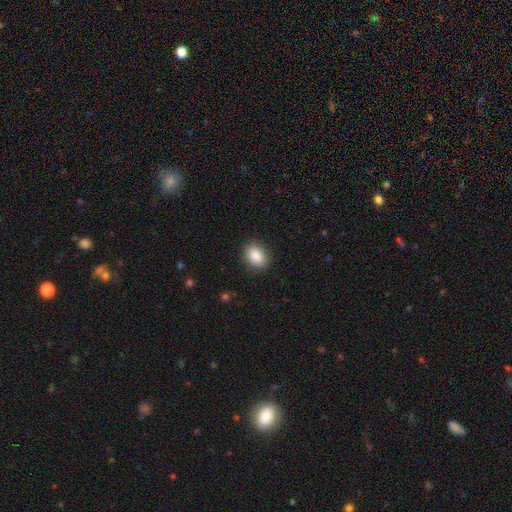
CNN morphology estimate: type=smooth (87%); roundness=in between (71%); merging=none (88%).